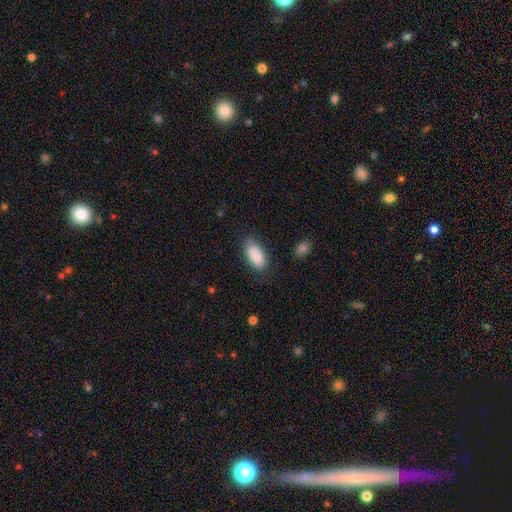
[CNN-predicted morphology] Smooth or featured? Predicted: smooth (p=0.86). How rounded? Predicted: in between (p=0.93). Merging? Predicted: none (p=0.75).